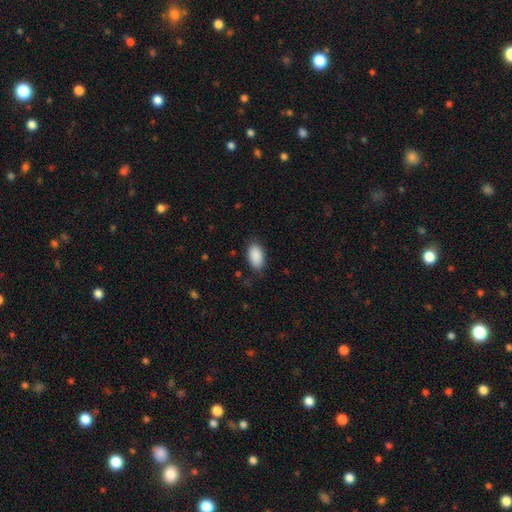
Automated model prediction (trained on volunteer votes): The model was most divided on "merging": none: 83%, minor disturbance: 13%, major disturbance: 3%, merger: 1%. More confident: how rounded — in between (94%); smooth or featured — smooth (90%).